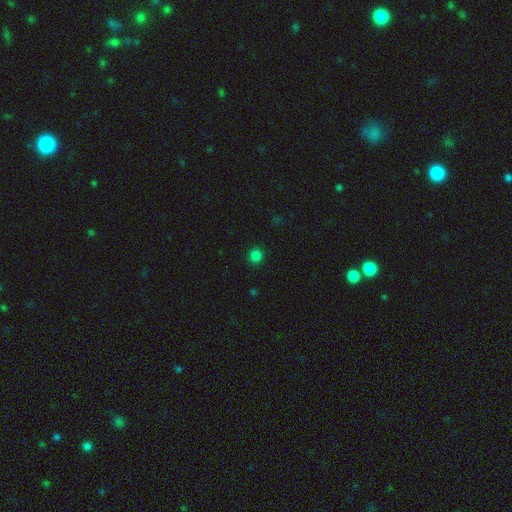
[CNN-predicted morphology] Smooth or featured?
  - smooth: 82% *
  - star or artifact: 15%
  - featured or disk: 3%
How rounded?
  - round: 94% *
  - in between: 5%
  - cigar-shaped: 1%
Merging?
  - none: 92% *
  - minor disturbance: 5%
  - major disturbance: 2%
  - merger: 1%